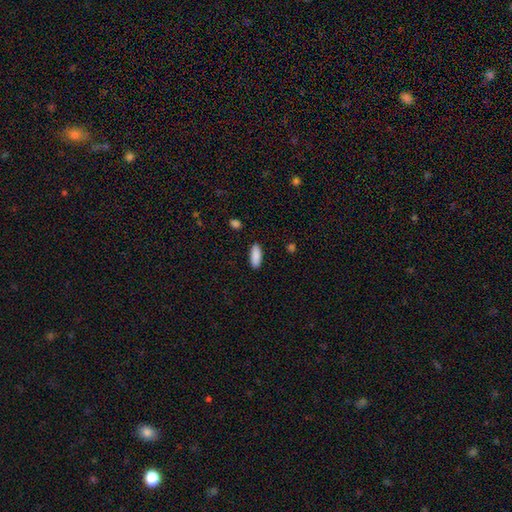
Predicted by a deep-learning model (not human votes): Overall: smooth (90%). How rounded: in between (73%). Merging: none (89%).